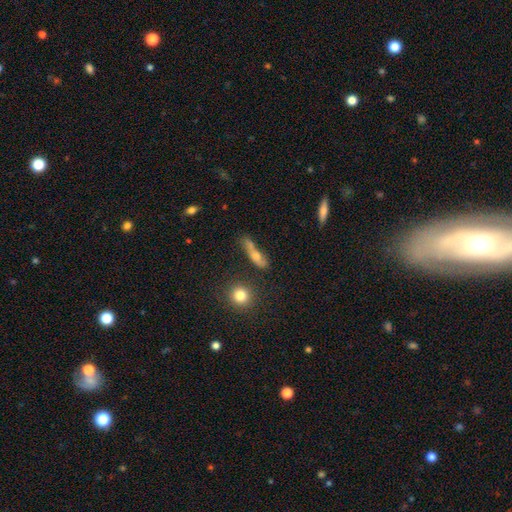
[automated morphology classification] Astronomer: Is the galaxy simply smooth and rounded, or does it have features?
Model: smooth — 57% (runner-up: featured or disk, 32%).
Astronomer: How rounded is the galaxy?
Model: cigar-shaped — 63%.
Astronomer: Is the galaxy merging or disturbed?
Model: none — 48% (runner-up: minor disturbance, 25%).